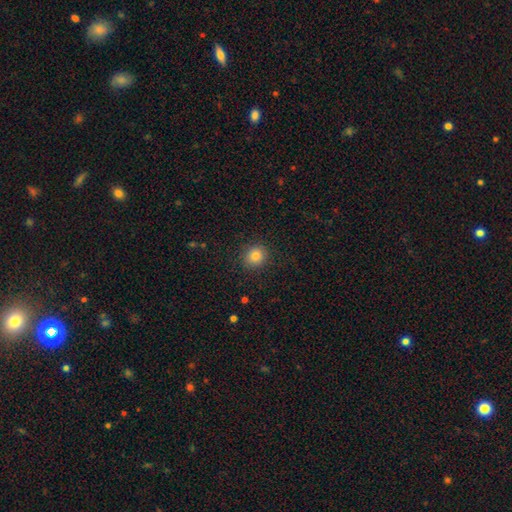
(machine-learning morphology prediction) A smooth galaxy with no disk features (84%) that is round (87%). Merging: none (90%).